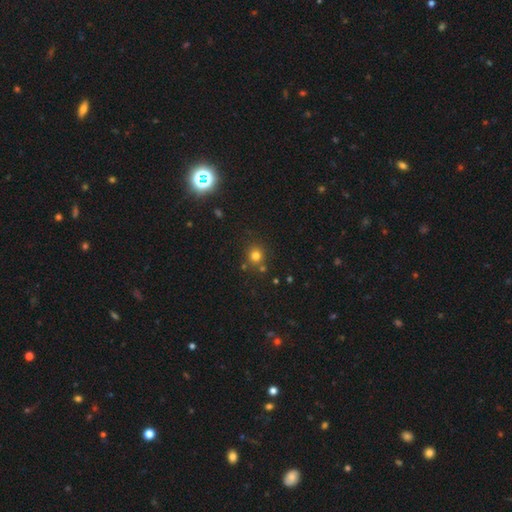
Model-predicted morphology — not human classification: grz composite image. It shows a smooth galaxy with no disk features (75%) that is round (90%). Merging: none (76%).